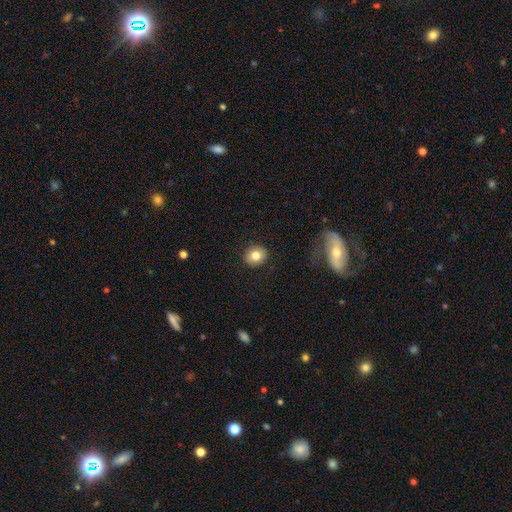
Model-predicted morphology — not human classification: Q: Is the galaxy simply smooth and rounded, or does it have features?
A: smooth — 81%.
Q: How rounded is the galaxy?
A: round — 76%.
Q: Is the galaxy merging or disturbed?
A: none — 90%.